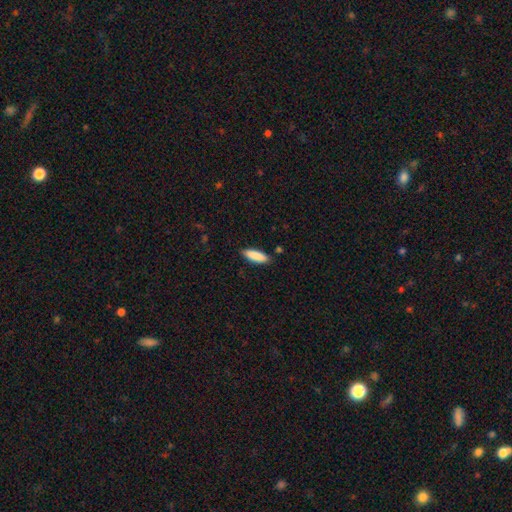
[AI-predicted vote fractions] Overall: smooth (89%). How rounded: in between (52%; cigar-shaped 47%). Merging: none (86%).